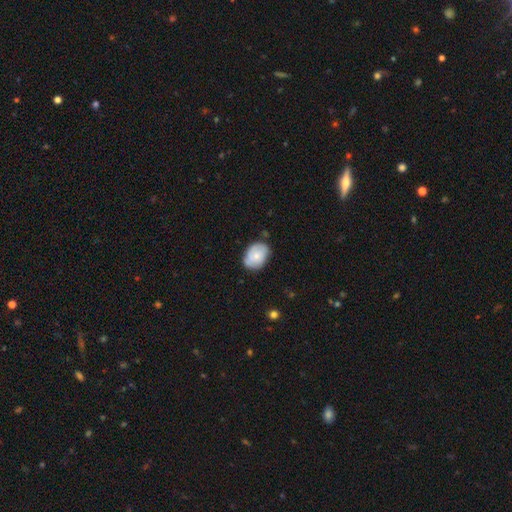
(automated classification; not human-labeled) smooth-or-featured: smooth: 62% | featured or disk: 31% | star or artifact: 7%
  how-rounded: in between: 75% | round: 24% | cigar-shaped: 1%
  merging: none: 69% | minor disturbance: 25% | major disturbance: 4% | merger: 2%